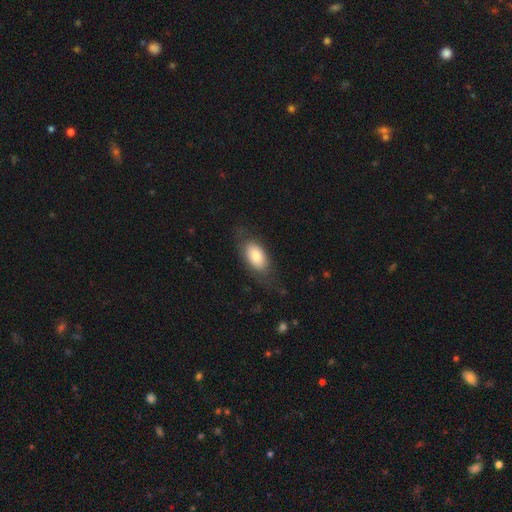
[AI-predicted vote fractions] This appears to be a smooth galaxy with no disk features (75%) that is in between round and cigar-shaped (91%). Merging: none (71%).